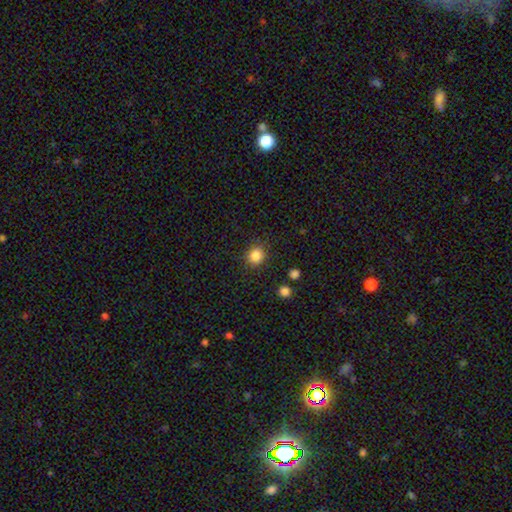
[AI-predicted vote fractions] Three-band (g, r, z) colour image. It shows a smooth galaxy with no disk features (85%) that is round (84%). Merging: none (87%).